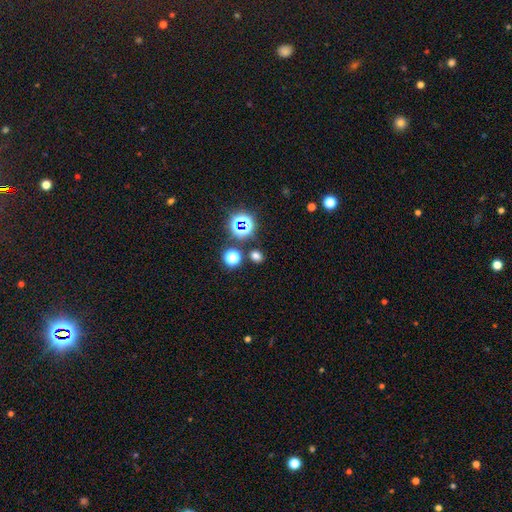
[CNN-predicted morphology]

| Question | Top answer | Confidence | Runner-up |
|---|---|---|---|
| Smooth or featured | smooth | 64% | star or artifact (30%) |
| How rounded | round | 53% | in between (45%) |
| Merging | none | 82% | minor disturbance (8%) |